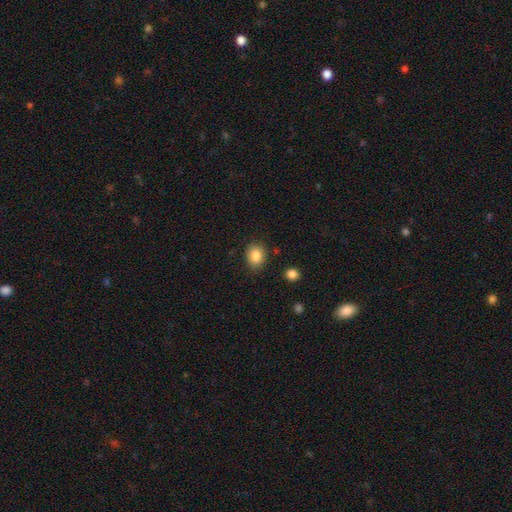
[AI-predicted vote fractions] Smooth or featured? smooth (85%)
How rounded? round (51%)
Merging? none (82%)